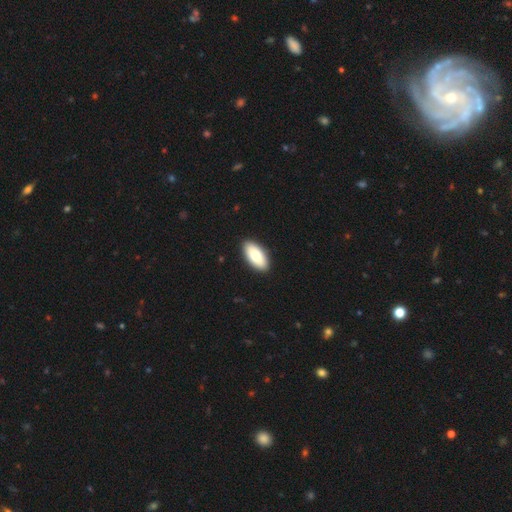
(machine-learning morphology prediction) A smooth galaxy with no disk features (77%) that is in between round and cigar-shaped (94%). Merging: none (91%).